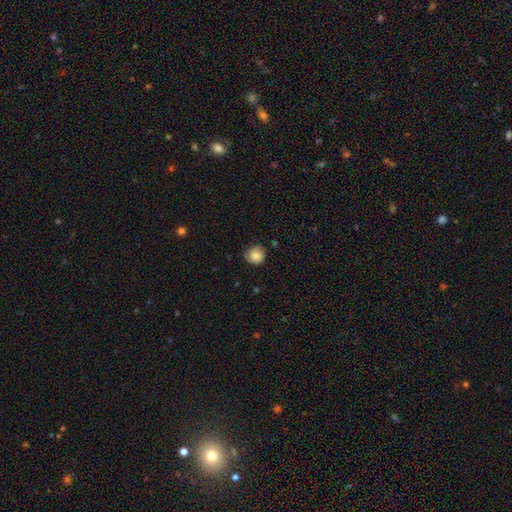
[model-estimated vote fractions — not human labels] smooth-or-featured: smooth: 79% | featured or disk: 13% | star or artifact: 8%
  how-rounded: round: 86% | in between: 13% | cigar-shaped: 1%
  merging: none: 68% | minor disturbance: 25% | major disturbance: 6% | merger: 1%